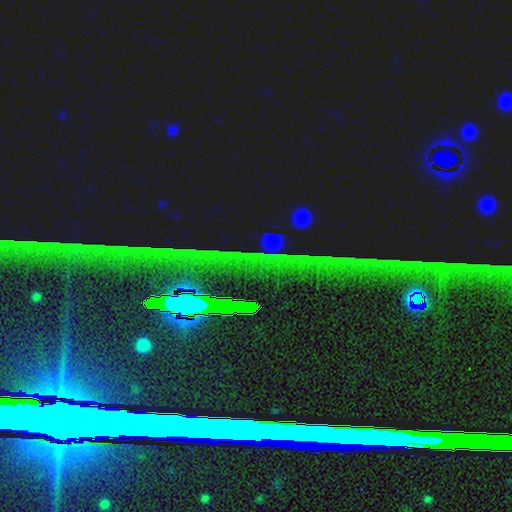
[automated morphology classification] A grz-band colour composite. It shows a star or artifact, not a galaxy (83%).